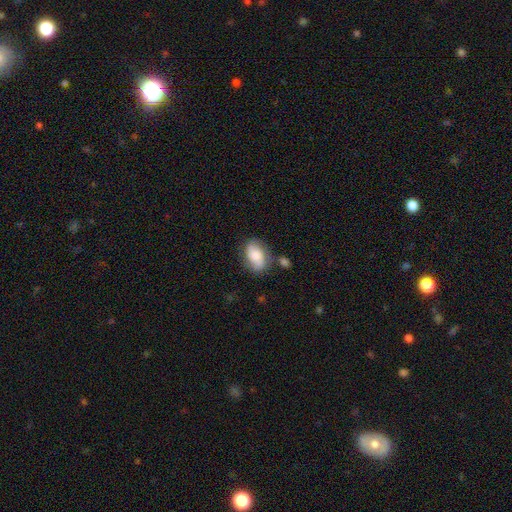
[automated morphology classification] Q: Smooth or featured?
A: smooth (65%); runner-up: featured or disk (28%)
Q: How rounded?
A: in between (88%); runner-up: round (10%)
Q: Merging?
A: none (61%); runner-up: minor disturbance (23%)